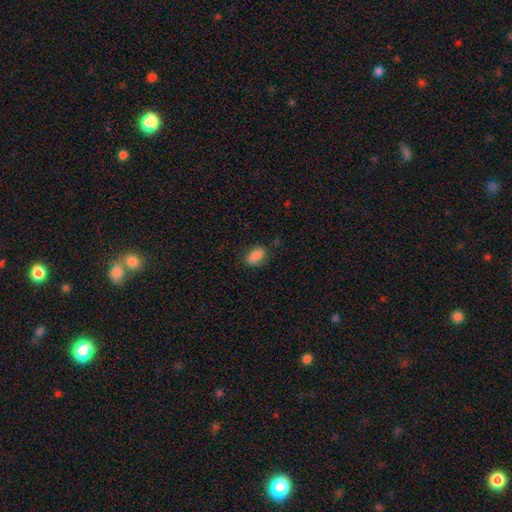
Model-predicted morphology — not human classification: smooth_or_featured: smooth (p=0.85) [alt: featured or disk p=0.08]
how_rounded: in between (p=0.90) [alt: round p=0.06]
merging: none (p=0.79) [alt: minor disturbance p=0.16]